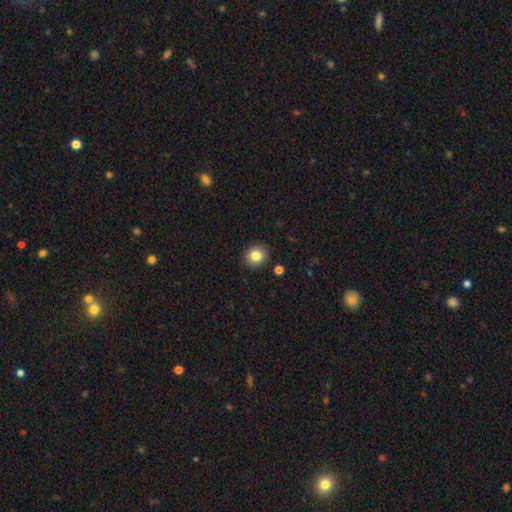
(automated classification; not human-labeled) smooth 83%, star or artifact 10%, featured or disk 7%. Down the decision tree: how rounded — round (81%); merging — none (89%).